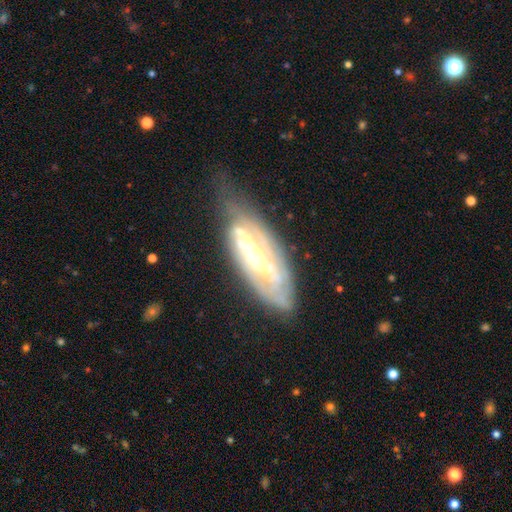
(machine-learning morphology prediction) smooth-or-featured: featured or disk: 83% | smooth: 11% | star or artifact: 6%
  disk-edge-on: no: 84% | yes: 16%
    bar: weak: 37% | no: 32% | strong: 31%
    has-spiral-arms: yes: 90% | no: 10%
      spiral-winding: tight: 60% | medium: 31% | loose: 9%
      spiral-arm-count: can't tell: 39% | 2: 38% | 3: 11% | 1: 5% | 4: 4% | more than 4: 3%
    bulge-size: moderate: 55% | small: 35% | large: 7% | none: 2% | dominant: 1%
  merging: none: 57% | minor disturbance: 28% | major disturbance: 13% | merger: 2%